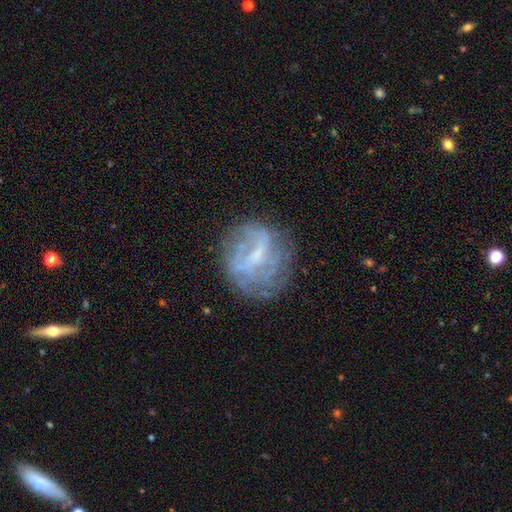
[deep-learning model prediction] A featured or disk galaxy (66%) with a weak bar (51%), spiral arms (60%) and a small central bulge (48%).

Vote fractions:
- Smooth or featured? featured or disk: 66% / smooth: 22% / star or artifact: 12%
- Edge-on disk? no: 97% / yes: 3%
- Bar? weak: 51% / strong: 25% / no: 24%
- Spiral arms? yes: 60% / no: 40%
- Bulge size? small: 48% / none: 27% / moderate: 22% / large: 2% / dominant: 1%
- Merging? none: 66% / minor disturbance: 18% / major disturbance: 14% / merger: 2%